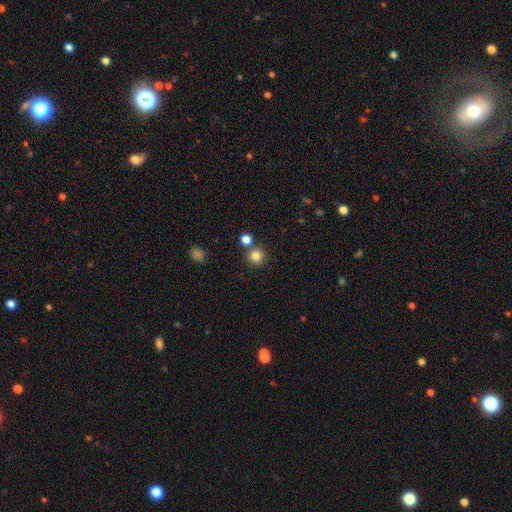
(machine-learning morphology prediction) smooth 82%, star or artifact 12%, featured or disk 6%. Down the decision tree: how rounded — round (93%); merging — none (74%).